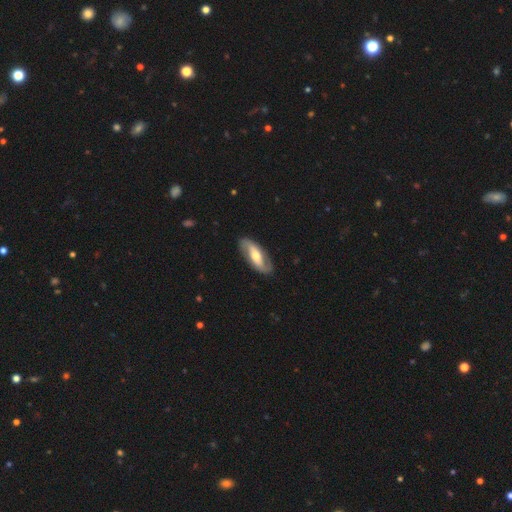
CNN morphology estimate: Smooth or featured? Predicted: featured or disk (p=0.73). Edge-on disk? Predicted: no (p=0.89). Bar? Predicted: strong (p=0.35). Spiral arms? Predicted: yes (p=0.86). Spiral winding? Predicted: loose (p=0.41). Spiral arm count? Predicted: 2 (p=0.89). Bulge size? Predicted: moderate (p=0.65). Merging? Predicted: none (p=0.84).